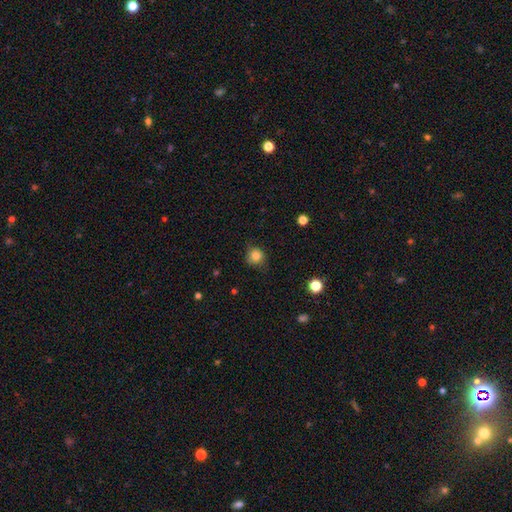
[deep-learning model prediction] smooth_or_featured: smooth (p=0.84) [alt: star or artifact p=0.11]
how_rounded: round (p=0.90) [alt: in between p=0.09]
merging: none (p=0.76) [alt: minor disturbance p=0.19]